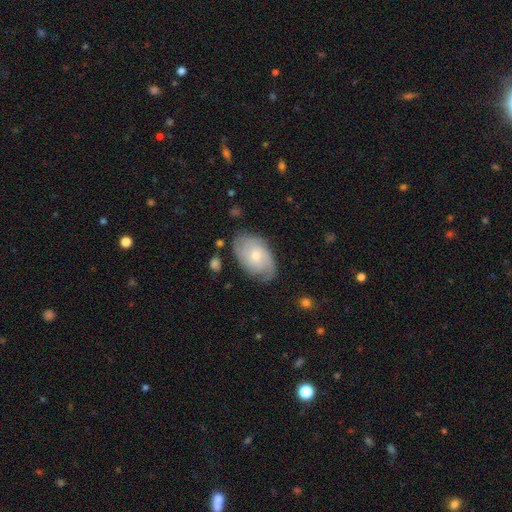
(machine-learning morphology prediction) A featured or disk galaxy (64%) with no bar (72%), tight (55%) spiral arms (88%) and a small central bulge (52%).

Vote fractions:
- Smooth or featured? featured or disk: 64% / smooth: 29% / star or artifact: 6%
- Edge-on disk? no: 95% / yes: 5%
- Bar? no: 72% / weak: 25% / strong: 3%
- Spiral arms? yes: 88% / no: 12%
- Spiral winding? tight: 55% / medium: 33% / loose: 12%
- Spiral arm count? can't tell: 38% / 2: 29% / 3: 18% / 4: 7% / 1: 5% / more than 4: 4%
- Bulge size? small: 52% / moderate: 44% / large: 2% / none: 1% / dominant: 1%
- Merging? none: 73% / minor disturbance: 20% / major disturbance: 6% / merger: 2%